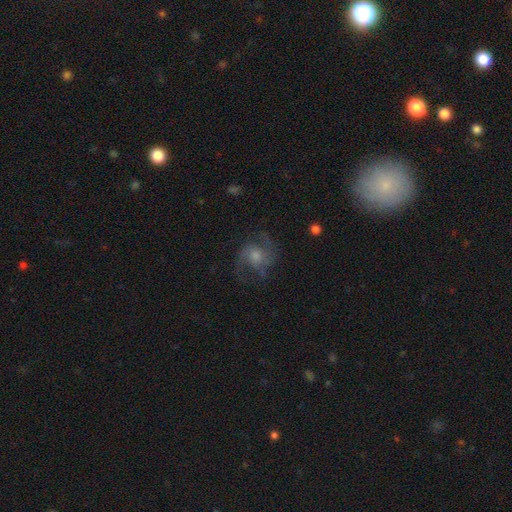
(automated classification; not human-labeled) This appears to be a featured or disk galaxy (74%) with no bar (69%), 2 (50%) medium (53%) spiral arms (92%) and a moderate central bulge (48%). Merging: none (68%).